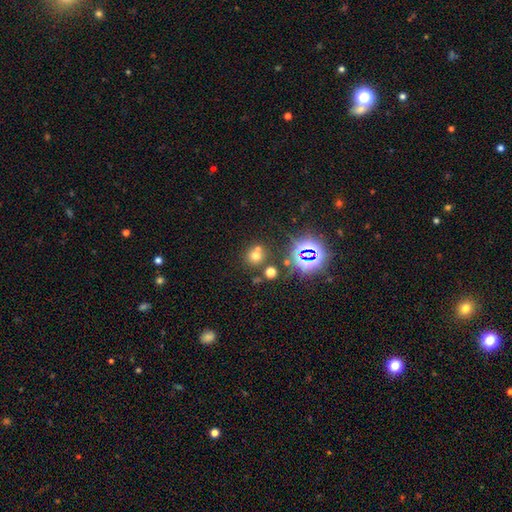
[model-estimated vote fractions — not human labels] This appears to be a smooth galaxy with no disk features (58%) that is round (88%). Merging: none (62%).